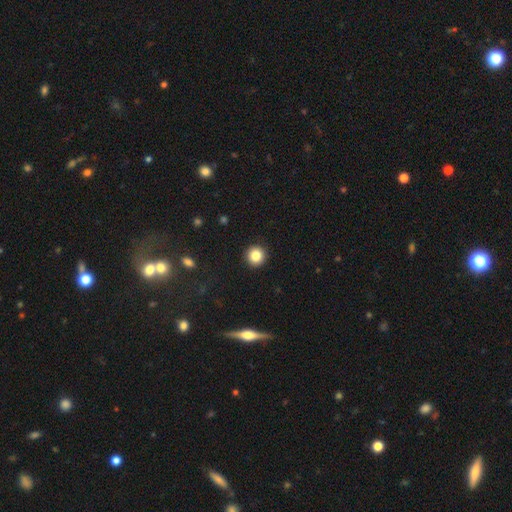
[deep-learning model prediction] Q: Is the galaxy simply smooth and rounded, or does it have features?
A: smooth — 84%.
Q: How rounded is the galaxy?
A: round — 94%.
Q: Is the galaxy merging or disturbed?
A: none — 92%.